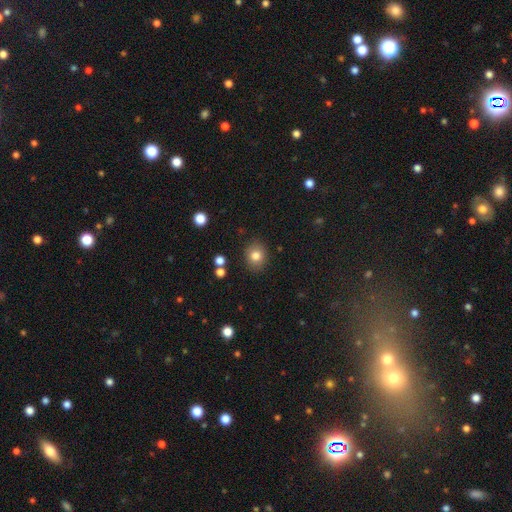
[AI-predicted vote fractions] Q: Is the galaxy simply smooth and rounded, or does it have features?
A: smooth — 81%.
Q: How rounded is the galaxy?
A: round — 66%.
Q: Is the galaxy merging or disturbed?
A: none — 86%.